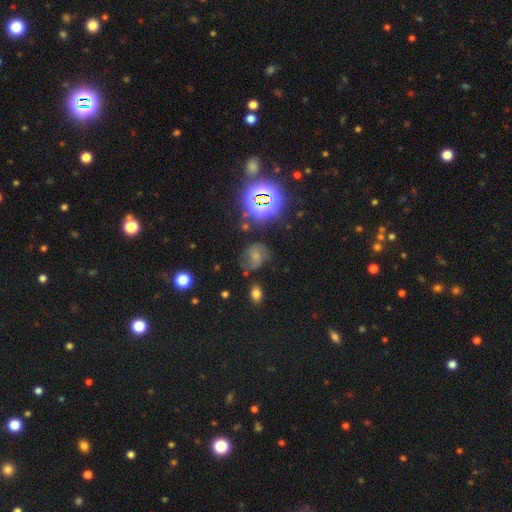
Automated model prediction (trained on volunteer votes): A featured or disk galaxy (43%).

Vote fractions:
- Smooth or featured? featured or disk: 43% / smooth: 34% / star or artifact: 23%
- Merging? none: 54% / minor disturbance: 26% / major disturbance: 15% / merger: 5%